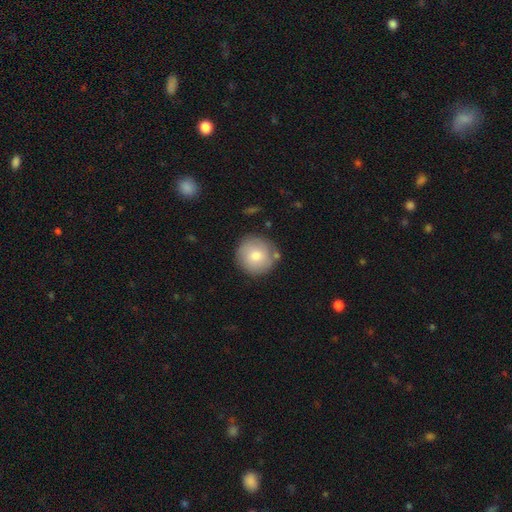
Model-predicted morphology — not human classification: smooth-or-featured: smooth: 76% | featured or disk: 16% | star or artifact: 7%
  how-rounded: round: 95% | in between: 4% | cigar-shaped: 1%
  merging: none: 82% | minor disturbance: 11% | merger: 4% | major disturbance: 3%